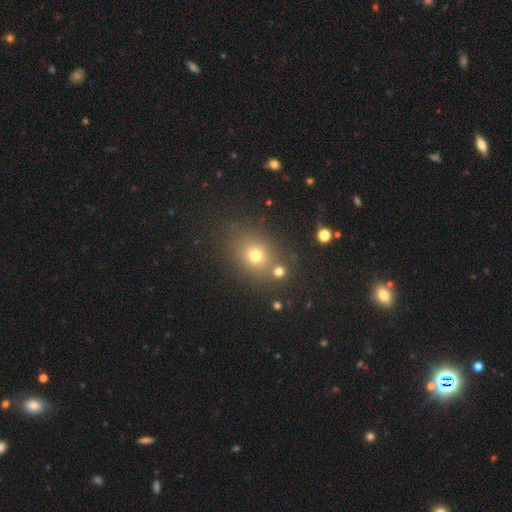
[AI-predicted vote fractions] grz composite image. It shows a smooth galaxy with no disk features (70%) that is round (56%). Merging: none (74%).